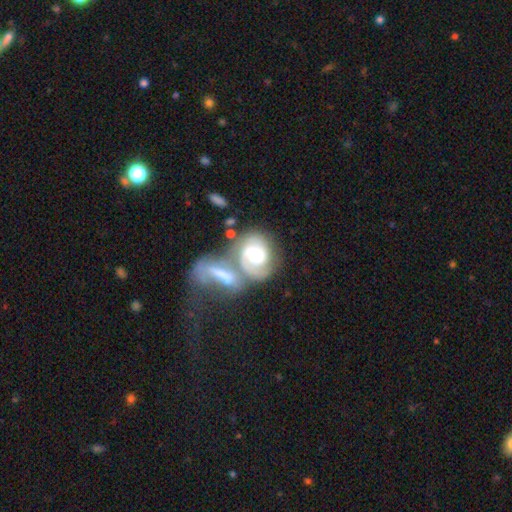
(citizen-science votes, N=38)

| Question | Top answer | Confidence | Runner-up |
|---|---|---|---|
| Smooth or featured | featured or disk | 82% | smooth (11%) |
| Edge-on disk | no | 94% | yes (6%) |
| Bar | no | 66% | strong (21%) |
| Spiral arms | yes | 93% | no (7%) |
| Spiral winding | tight | 56% | medium (26%) |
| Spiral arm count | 2 | 56% | 1 (37%) |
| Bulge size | moderate | 69% | small (24%) |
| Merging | merger | 66% | none (26%) |